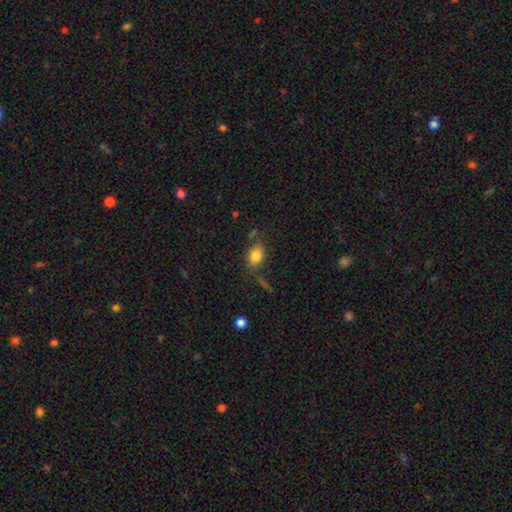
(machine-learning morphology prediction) smooth_or_featured: smooth (p=0.81) [alt: star or artifact p=0.09]
how_rounded: in between (p=0.72) [alt: round p=0.26]
merging: none (p=0.72) [alt: minor disturbance p=0.16]